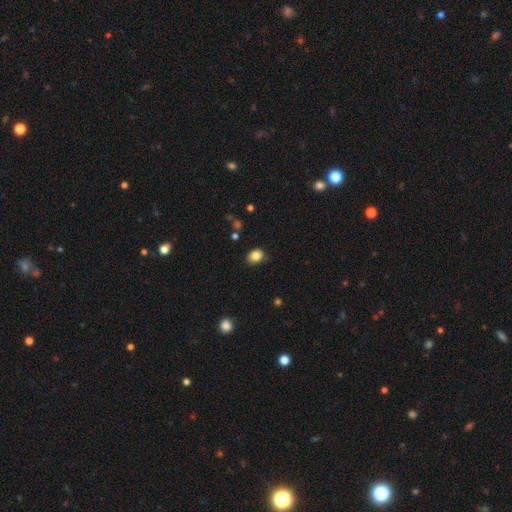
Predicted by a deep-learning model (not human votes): A smooth galaxy with no disk features (85%) that is round (51%).

Vote fractions:
- Smooth or featured? smooth: 85% / star or artifact: 10% / featured or disk: 5%
- How rounded? round: 51% / in between: 48% / cigar-shaped: 1%
- Merging? none: 82% / minor disturbance: 13% / major disturbance: 3% / merger: 2%